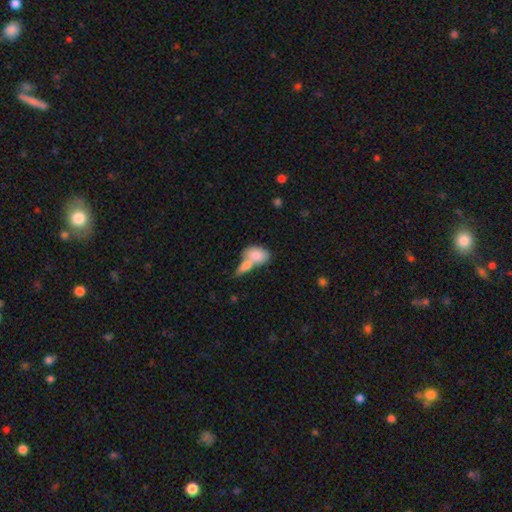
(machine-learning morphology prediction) Smooth or featured?
  - smooth: 81% *
  - featured or disk: 13%
  - star or artifact: 6%
How rounded?
  - in between: 88% *
  - round: 9%
  - cigar-shaped: 3%
Merging?
  - merger: 65% *
  - none: 23%
  - minor disturbance: 8%
  - major disturbance: 4%